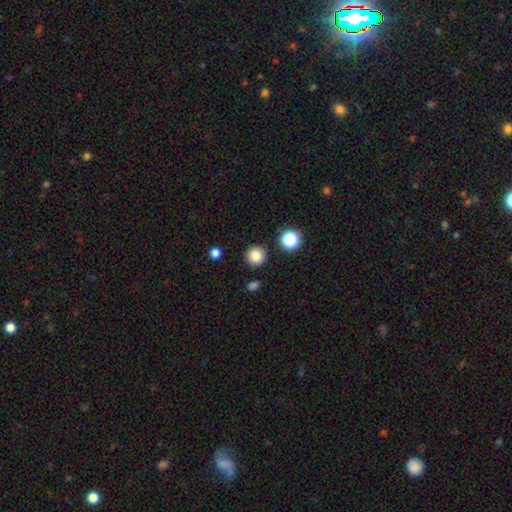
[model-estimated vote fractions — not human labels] A smooth galaxy with no disk features (84%) that is round (94%).

Vote fractions:
- Smooth or featured? smooth: 84% / star or artifact: 12% / featured or disk: 4%
- How rounded? round: 94% / in between: 6% / cigar-shaped: 1%
- Merging? none: 88% / minor disturbance: 7% / merger: 3% / major disturbance: 2%